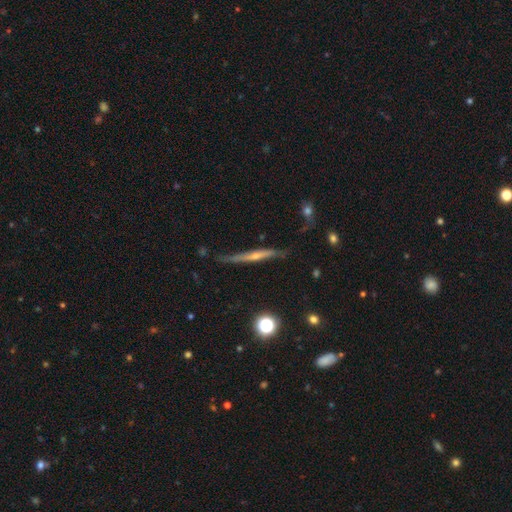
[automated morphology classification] A featured or disk galaxy (67%) viewed edge-on (95%) with a rounded central bulge (62%).

Vote fractions:
- Smooth or featured? featured or disk: 67% / smooth: 25% / star or artifact: 9%
- Edge-on disk? yes: 95% / no: 5%
- Edge-on bulge? rounded: 62% / none: 31% / boxy: 7%
- Merging? none: 74% / minor disturbance: 20% / major disturbance: 4% / merger: 3%